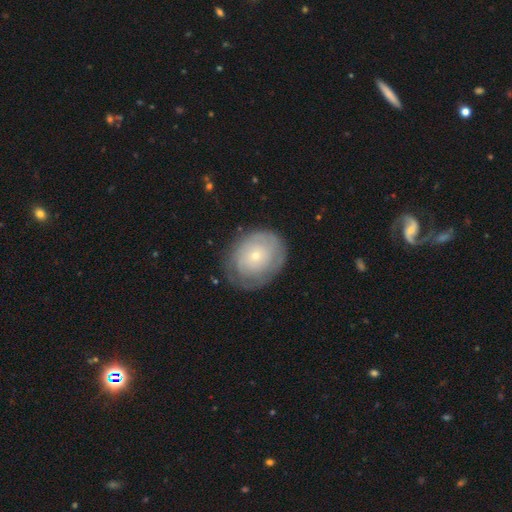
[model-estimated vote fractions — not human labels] Overall: featured or disk (47%; smooth 46%). Merging: none (69%).